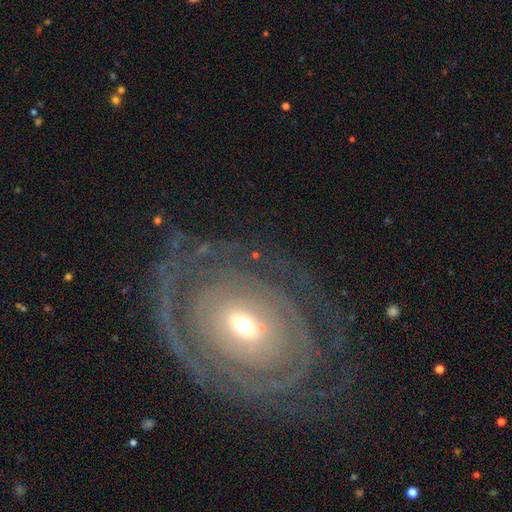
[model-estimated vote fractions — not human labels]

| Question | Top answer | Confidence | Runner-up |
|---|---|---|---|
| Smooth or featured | featured or disk | 76% | smooth (14%) |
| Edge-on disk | no | 94% | yes (6%) |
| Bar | no | 49% | weak (31%) |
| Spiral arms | yes | 80% | no (20%) |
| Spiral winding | tight | 67% | medium (23%) |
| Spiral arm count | can't tell | 41% | 2 (25%) |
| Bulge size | moderate | 50% | small (41%) |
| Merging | none | 65% | major disturbance (17%) |